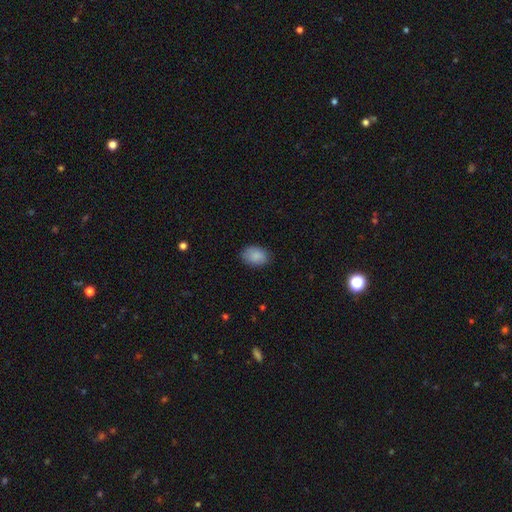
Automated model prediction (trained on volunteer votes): This is clearly a smooth galaxy (87%). How rounded: clearly in between (81%). Merging: clearly none (83%).